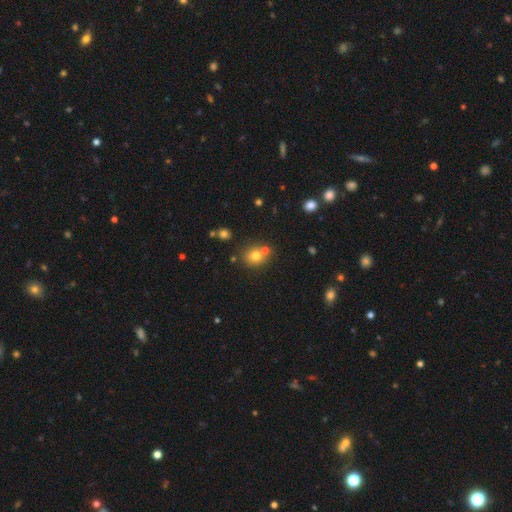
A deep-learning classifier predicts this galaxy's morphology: Smooth or featured? smooth (73%)
How rounded? round (77%)
Merging? none (62%)